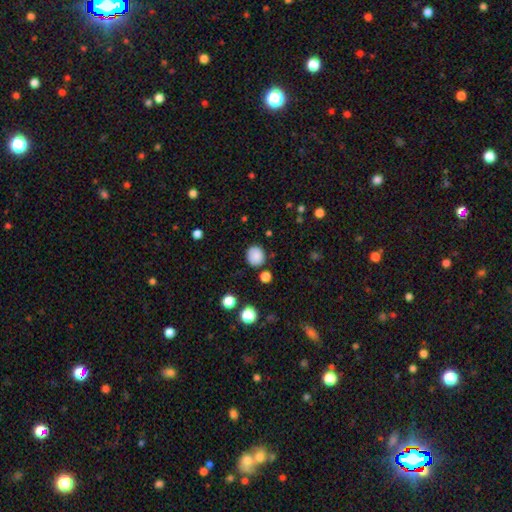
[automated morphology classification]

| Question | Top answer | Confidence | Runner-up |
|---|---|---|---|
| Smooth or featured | smooth | 84% | star or artifact (10%) |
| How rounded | round | 78% | in between (21%) |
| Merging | none | 79% | minor disturbance (14%) |